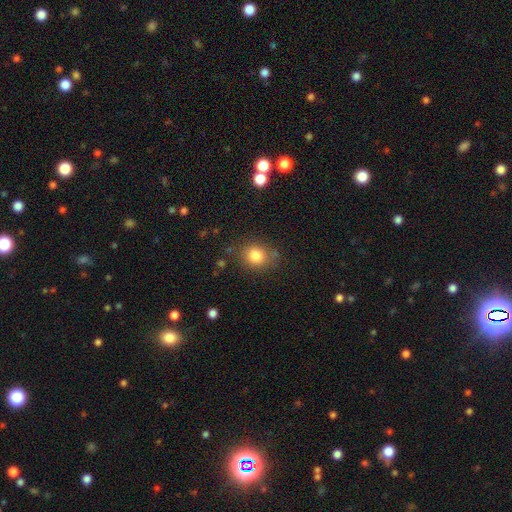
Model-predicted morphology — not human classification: smooth 83%, star or artifact 10%, featured or disk 7%. Down the decision tree: how rounded — round (68%); merging — none (76%).